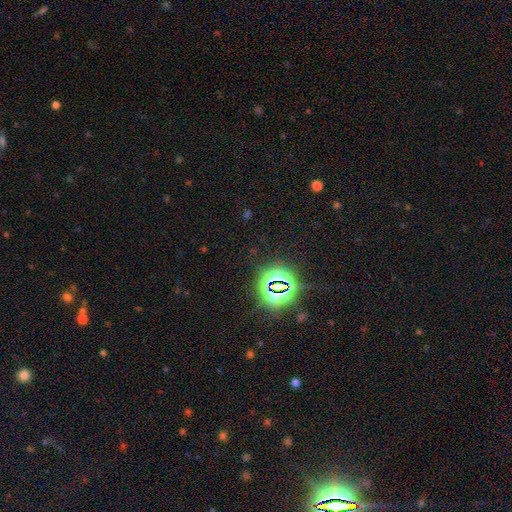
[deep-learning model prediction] Overall: star or artifact (81%).